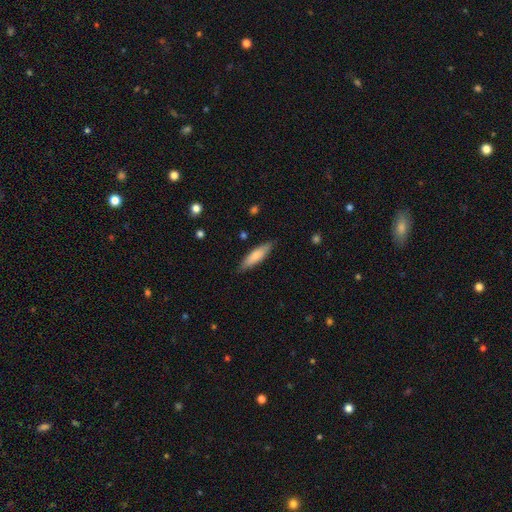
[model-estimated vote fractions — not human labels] A smooth galaxy with no disk features (75%) that is cigar-shaped (69%).

Vote fractions:
- Smooth or featured? smooth: 75% / featured or disk: 19% / star or artifact: 5%
- How rounded? cigar-shaped: 69% / in between: 29% / round: 1%
- Merging? none: 86% / minor disturbance: 11% / major disturbance: 2% / merger: 1%